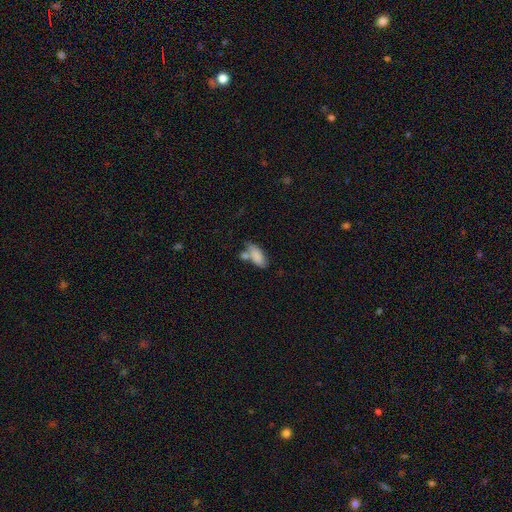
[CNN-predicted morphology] Smooth or featured? Predicted: smooth (p=0.82). How rounded? Predicted: in between (p=0.89). Merging? Predicted: none (p=0.38).